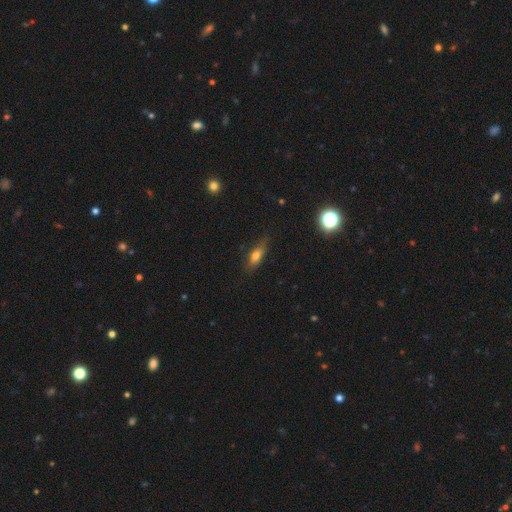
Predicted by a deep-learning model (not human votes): smooth_or_featured: smooth (p=0.65) [alt: featured or disk p=0.25]
how_rounded: in between (p=0.56) [alt: cigar-shaped p=0.39]
merging: none (p=0.72) [alt: minor disturbance p=0.21]